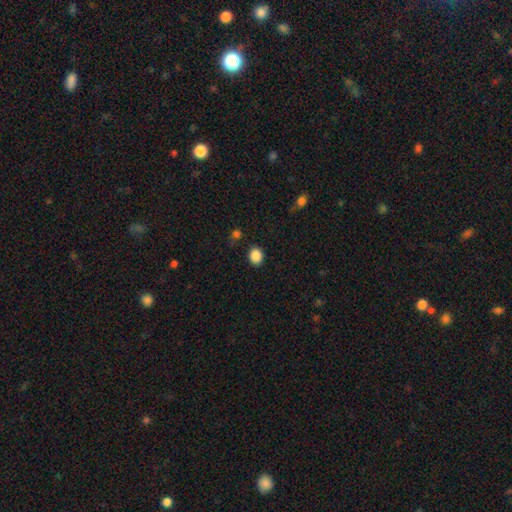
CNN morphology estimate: Smooth or featured? smooth (87%)
How rounded? round (62%)
Merging? none (85%)